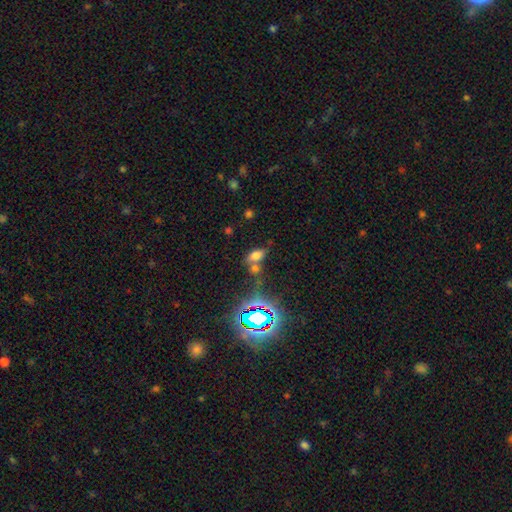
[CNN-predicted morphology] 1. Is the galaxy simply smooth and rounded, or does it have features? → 64% smooth, 25% star or artifact, 11% featured or disk.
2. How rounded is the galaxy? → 85% in between, 10% round, 5% cigar-shaped.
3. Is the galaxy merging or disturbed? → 46% none, 35% merger, 12% minor disturbance, 7% major disturbance.